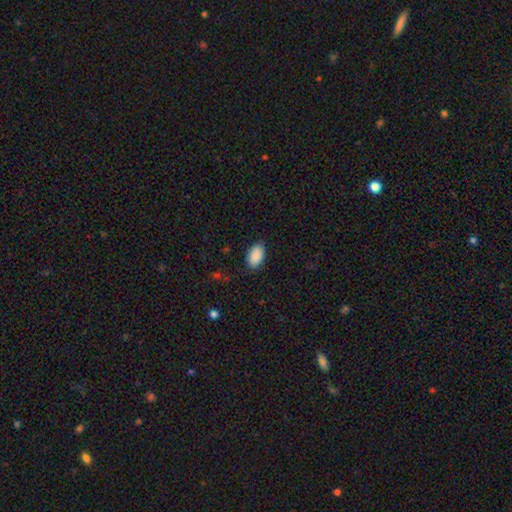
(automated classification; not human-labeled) A smooth galaxy with no disk features (91%) that is in between round and cigar-shaped (93%). Merging: none (86%).